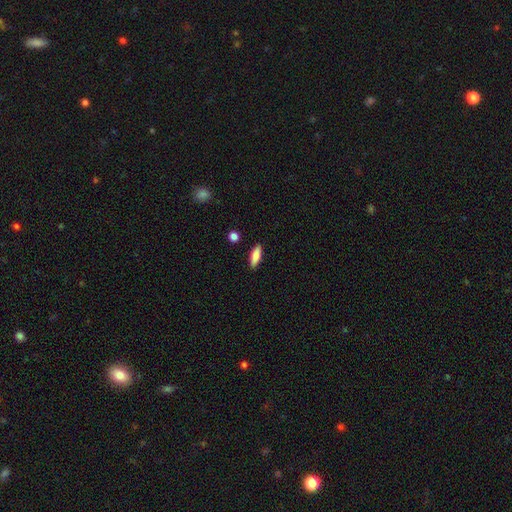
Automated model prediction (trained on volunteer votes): This is clearly a smooth galaxy (82%). How rounded: possibly in between (59%). Merging: clearly none (88%).